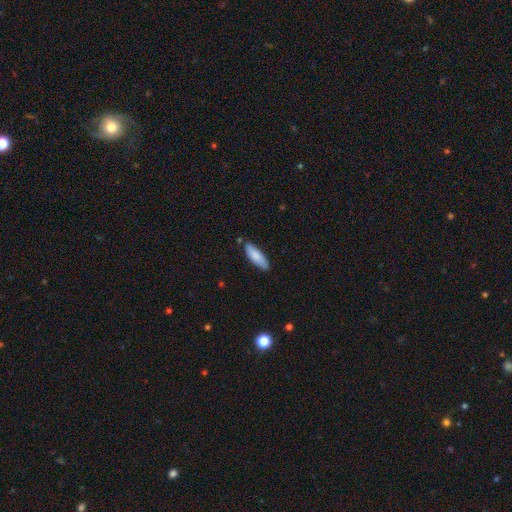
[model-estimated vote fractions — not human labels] Smooth or featured?
  - smooth: 83% *
  - featured or disk: 11%
  - star or artifact: 6%
How rounded?
  - in between: 56% *
  - cigar-shaped: 43%
  - round: 1%
Merging?
  - none: 80% *
  - minor disturbance: 15%
  - merger: 3%
  - major disturbance: 2%